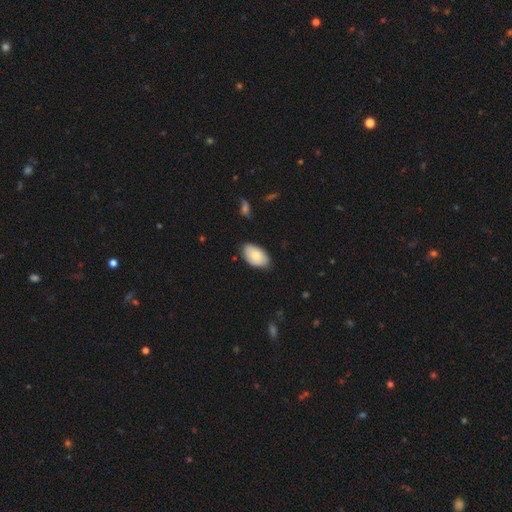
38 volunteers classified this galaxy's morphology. smooth-or-featured: smooth: 66% | featured or disk: 29% | star or artifact: 5%
  how-rounded: in between: 92% | round: 8% | cigar-shaped: 0%
  merging: none: 72% | minor disturbance: 22% | major disturbance: 6% | merger: 0%